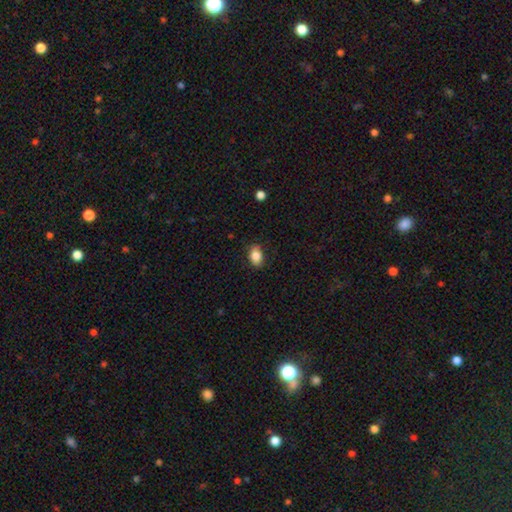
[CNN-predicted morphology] A smooth galaxy with no disk features (85%) that is in between round and cigar-shaped (85%). Merging: none (84%).